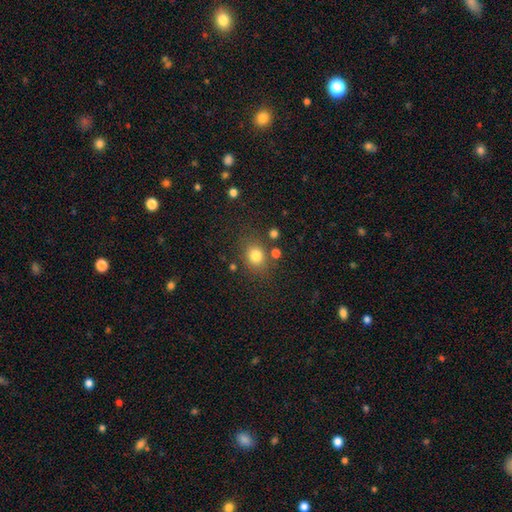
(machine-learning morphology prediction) smooth-or-featured: smooth: 80% | star or artifact: 13% | featured or disk: 7%
  how-rounded: round: 65% | in between: 34% | cigar-shaped: 1%
  merging: none: 77% | minor disturbance: 12% | merger: 6% | major disturbance: 5%